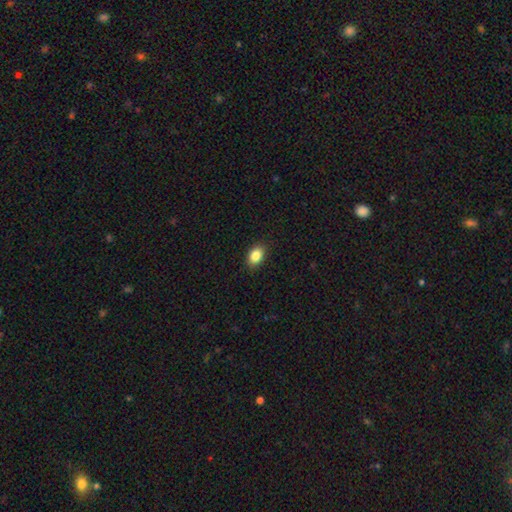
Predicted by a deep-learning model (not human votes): The model was most divided on "how rounded": in between: 82%, round: 16%, cigar-shaped: 1%. More confident: merging — none (88%); smooth or featured — smooth (86%).